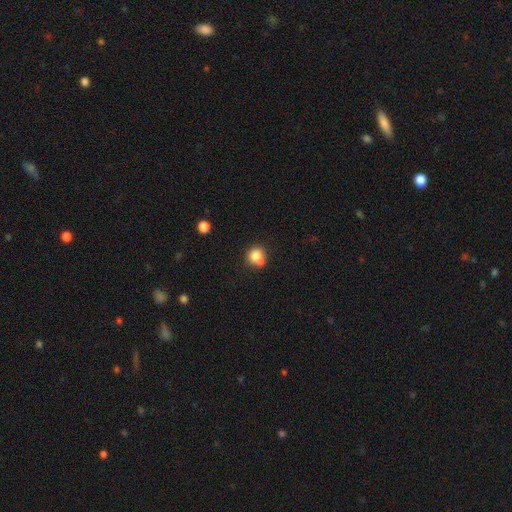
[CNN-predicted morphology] This is likely a smooth galaxy (78%). How rounded: clearly round (87%). Merging: possibly none (52%).